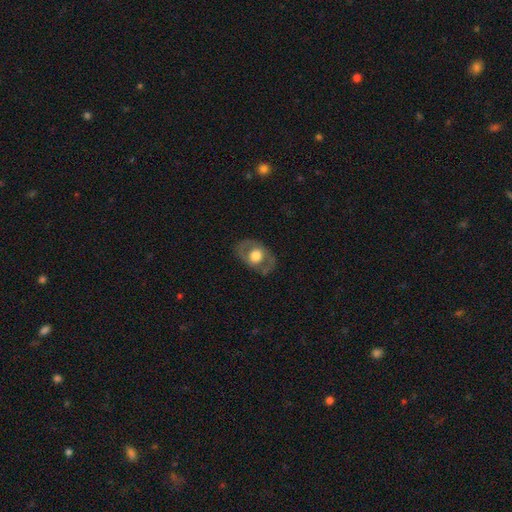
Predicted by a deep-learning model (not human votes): A featured or disk galaxy (53%).

Vote fractions:
- Smooth or featured? featured or disk: 53% / smooth: 41% / star or artifact: 6%
- Edge-on disk? no: 89% / yes: 11%
- Merging? none: 73% / minor disturbance: 17% / major disturbance: 9% / merger: 1%